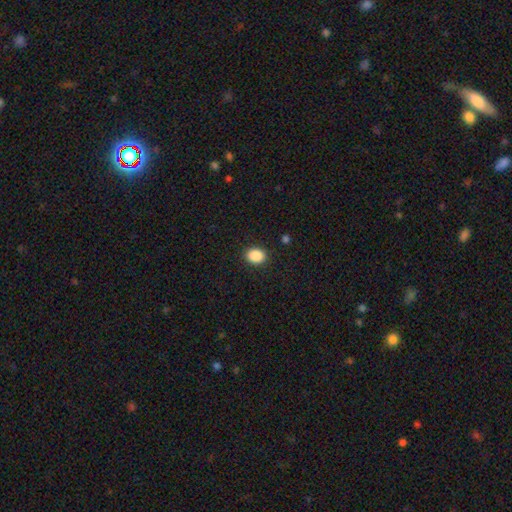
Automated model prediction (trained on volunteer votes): This is clearly a smooth galaxy (88%). How rounded: possibly in between (50%). Merging: clearly none (89%).